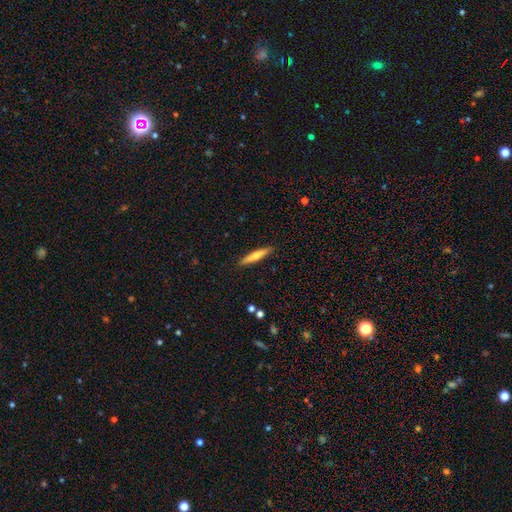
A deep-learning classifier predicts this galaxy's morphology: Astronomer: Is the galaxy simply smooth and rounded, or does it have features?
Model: smooth — 58% (runner-up: featured or disk, 36%).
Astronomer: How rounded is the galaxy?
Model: cigar-shaped — 91%.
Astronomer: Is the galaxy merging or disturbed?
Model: none — 90%.